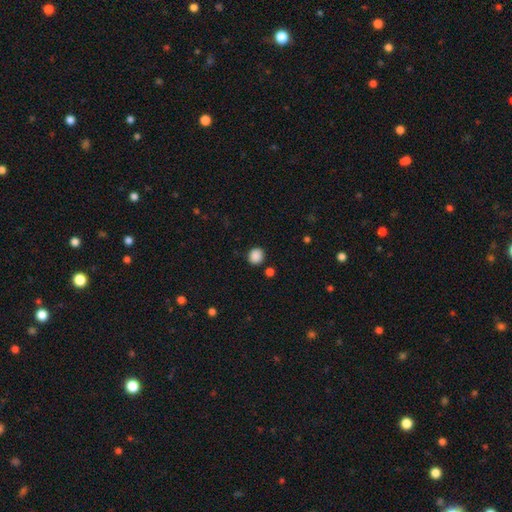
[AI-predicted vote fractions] A smooth galaxy with no disk features (88%) that is round (85%).

Vote fractions:
- Smooth or featured? smooth: 88% / star or artifact: 10% / featured or disk: 3%
- How rounded? round: 85% / in between: 14% / cigar-shaped: 1%
- Merging? none: 86% / minor disturbance: 8% / merger: 3% / major disturbance: 3%